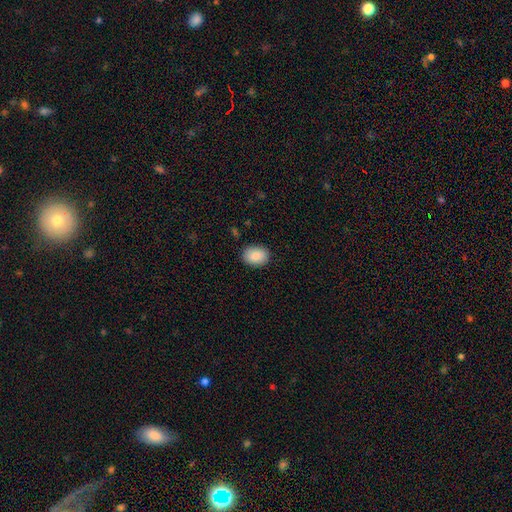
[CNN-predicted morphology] smooth 88%, star or artifact 7%, featured or disk 5%. Down the decision tree: how rounded — in between (68%); merging — none (87%).